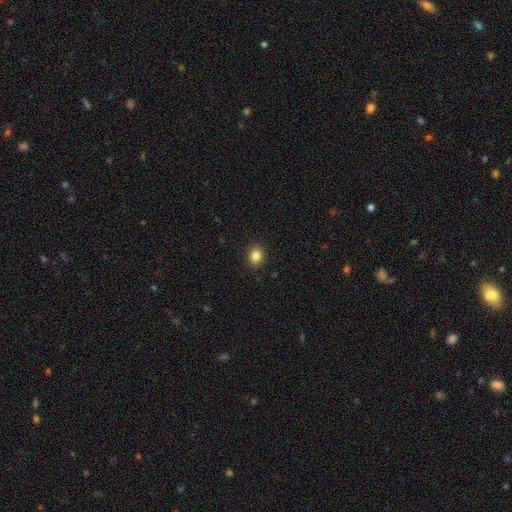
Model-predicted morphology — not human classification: Smooth or featured? smooth (85%)
How rounded? round (56%)
Merging? none (90%)